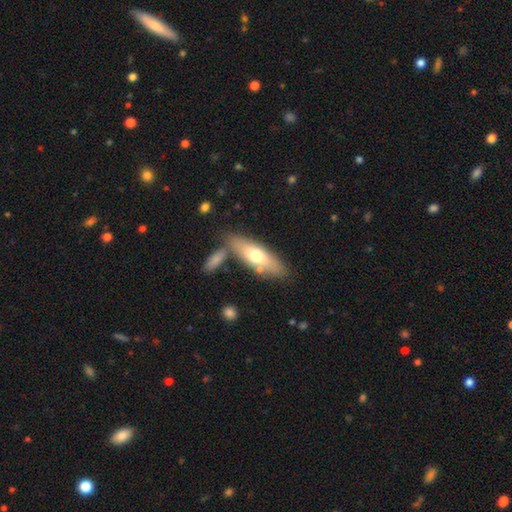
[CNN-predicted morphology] This appears to be a smooth galaxy with no disk features (60%) that is in between round and cigar-shaped (53%). Merging: none (67%).